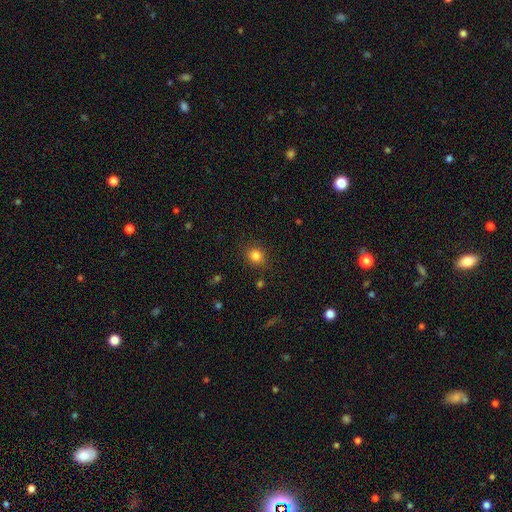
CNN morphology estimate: smooth-or-featured: smooth: 83% | star or artifact: 12% | featured or disk: 5%
  how-rounded: round: 76% | in between: 23% | cigar-shaped: 1%
  merging: none: 86% | minor disturbance: 10% | major disturbance: 3% | merger: 2%